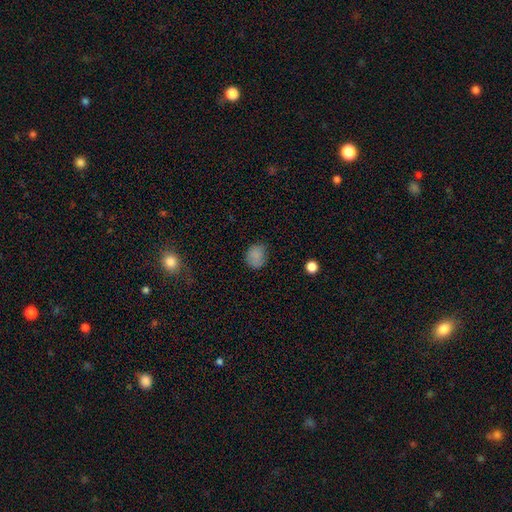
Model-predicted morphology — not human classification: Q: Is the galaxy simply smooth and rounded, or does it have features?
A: smooth — 83%.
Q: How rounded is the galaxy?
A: round — 69%.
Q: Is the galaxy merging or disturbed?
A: none — 73%.